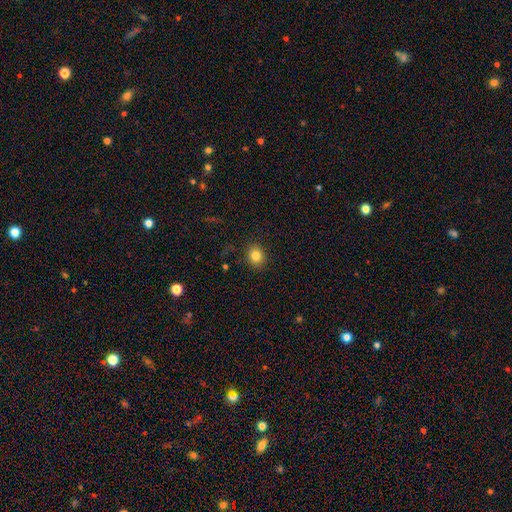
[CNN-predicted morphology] Q: Smooth or featured?
A: smooth (82%); runner-up: star or artifact (11%)
Q: How rounded?
A: round (68%); runner-up: in between (31%)
Q: Merging?
A: none (89%); runner-up: minor disturbance (8%)